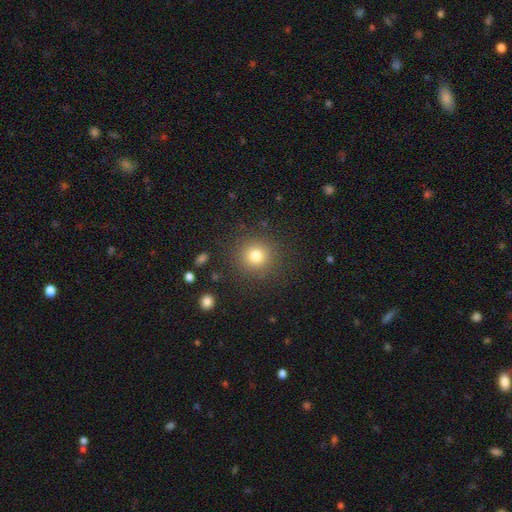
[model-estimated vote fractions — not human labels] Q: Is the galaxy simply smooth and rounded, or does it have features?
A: smooth — 79%.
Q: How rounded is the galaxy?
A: round — 93%.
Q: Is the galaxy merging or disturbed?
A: none — 88%.